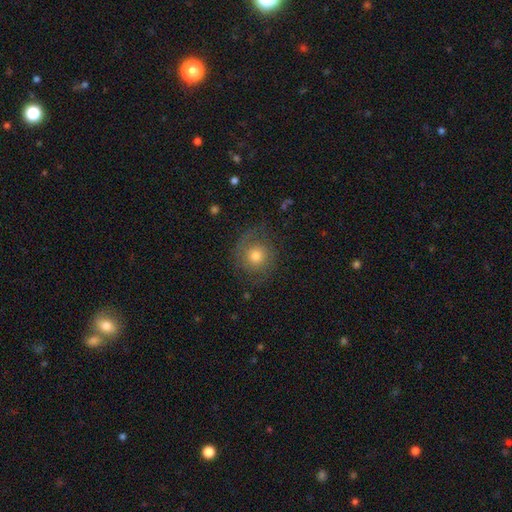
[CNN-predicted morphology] Smooth or featured: smooth — 46% (featured or disk — 43%)
Merging: none — 74% (minor disturbance — 16%)